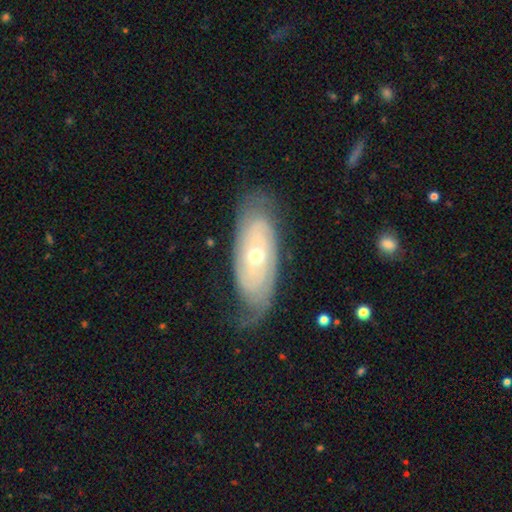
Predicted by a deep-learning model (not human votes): Overall: featured or disk (76%). Edge-on disk: no (89%). Bar: no (80%). Spiral arms: yes (85%). Spiral arm count: 2 (41%, tied with can't tell). Spiral winding: tight (71%). Bulge size: moderate (52%; small 45%). Merging: none (70%).